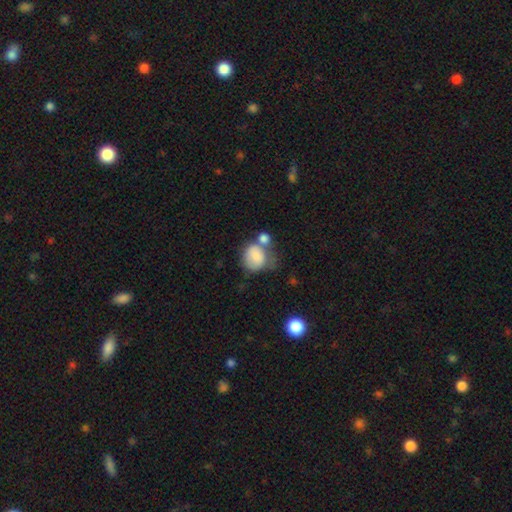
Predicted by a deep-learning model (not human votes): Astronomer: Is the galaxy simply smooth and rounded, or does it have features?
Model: smooth — 79%.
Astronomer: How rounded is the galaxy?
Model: round — 61% (runner-up: in between, 38%).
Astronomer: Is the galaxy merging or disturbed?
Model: merger — 34% (runner-up: none, 30%).